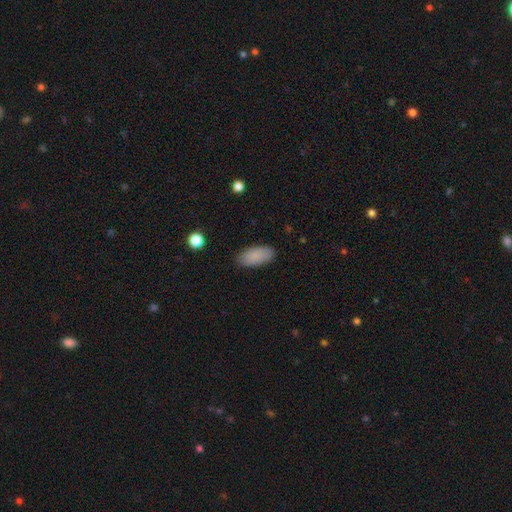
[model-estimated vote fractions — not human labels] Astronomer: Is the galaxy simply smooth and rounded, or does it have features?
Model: smooth — 88%.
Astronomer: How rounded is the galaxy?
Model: in between — 92%.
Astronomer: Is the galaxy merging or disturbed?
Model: none — 86%.